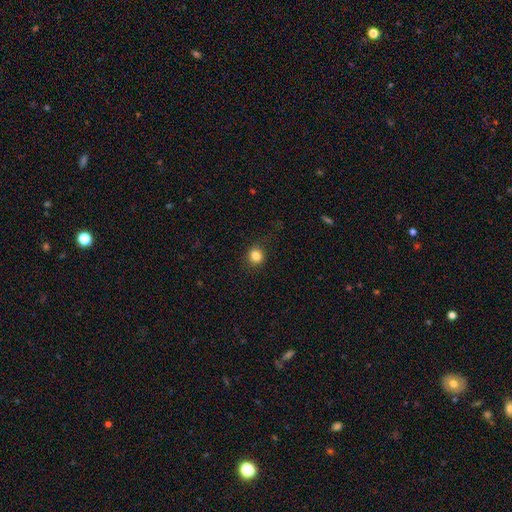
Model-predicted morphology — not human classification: Smooth or featured? Predicted: smooth (p=0.84). How rounded? Predicted: round (p=0.87). Merging? Predicted: none (p=0.86).